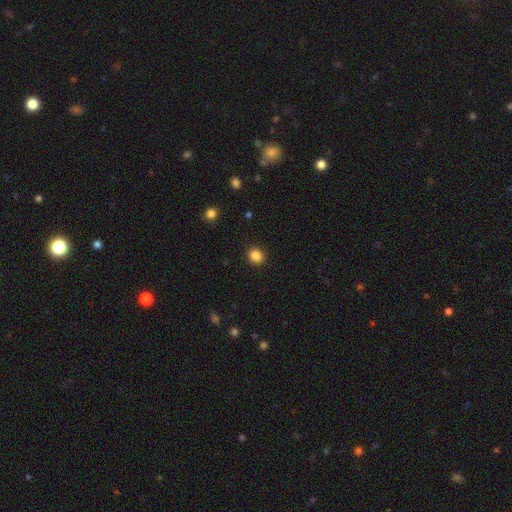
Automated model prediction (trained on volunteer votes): smooth_or_featured: smooth (p=0.86) [alt: star or artifact p=0.11]
how_rounded: round (p=0.76) [alt: in between p=0.23]
merging: none (p=0.91) [alt: minor disturbance p=0.06]